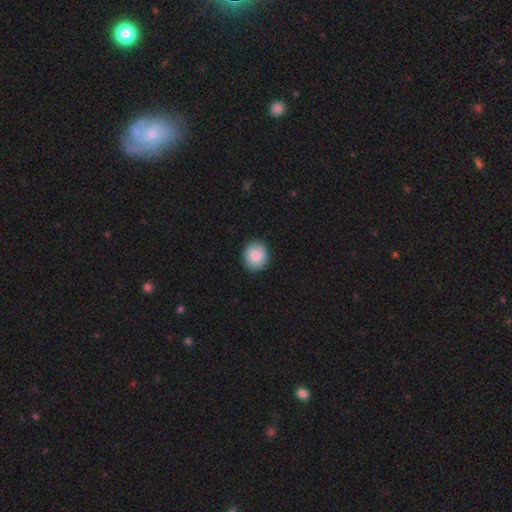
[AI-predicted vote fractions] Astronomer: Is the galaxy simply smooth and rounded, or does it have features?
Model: smooth — 84%.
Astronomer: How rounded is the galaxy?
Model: round — 82%.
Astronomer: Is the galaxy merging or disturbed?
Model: none — 87%.